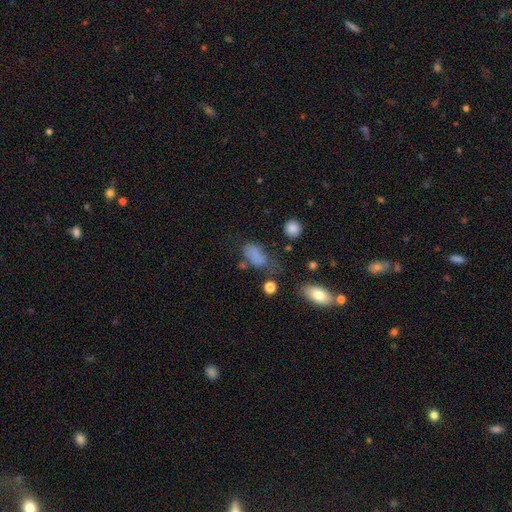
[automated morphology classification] A smooth galaxy with no disk features (74%) that is in between round and cigar-shaped (85%). Merging: none (38%).